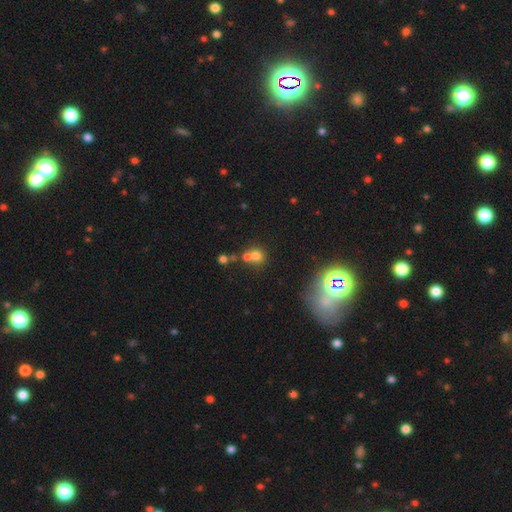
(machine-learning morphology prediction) Smooth or featured?
  - smooth: 67% *
  - star or artifact: 19%
  - featured or disk: 14%
How rounded?
  - round: 83% *
  - in between: 16%
  - cigar-shaped: 1%
Merging?
  - none: 44% * (tied)
  - merger: 44% * (tied)
  - minor disturbance: 8%
  - major disturbance: 4%